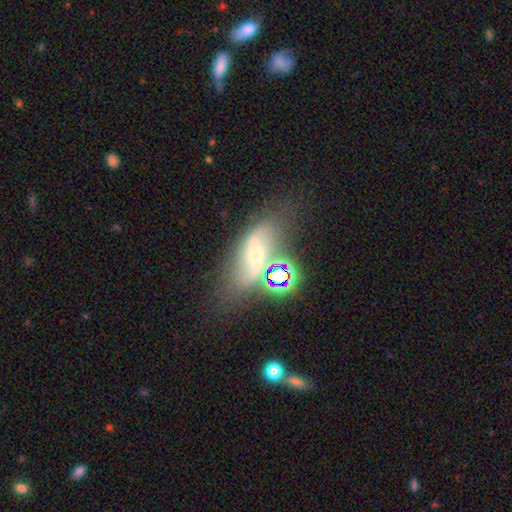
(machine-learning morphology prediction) Overall: featured or disk (50%; smooth 31%). Merging: none (51%; minor disturbance 22%).